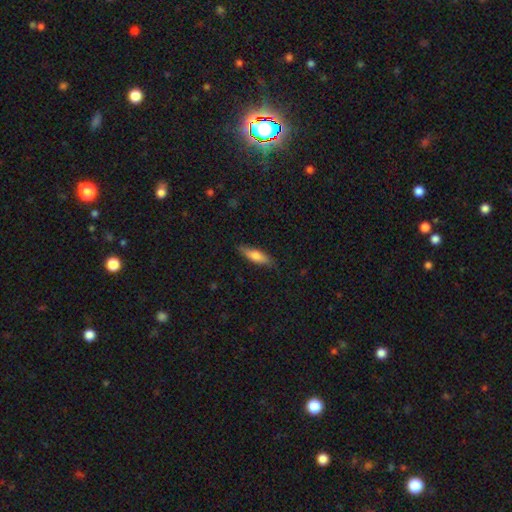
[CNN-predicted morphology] smooth-or-featured: smooth: 71% | featured or disk: 23% | star or artifact: 6%
  how-rounded: cigar-shaped: 57% | in between: 42% | round: 2%
  merging: none: 83% | minor disturbance: 14% | major disturbance: 3% | merger: 1%